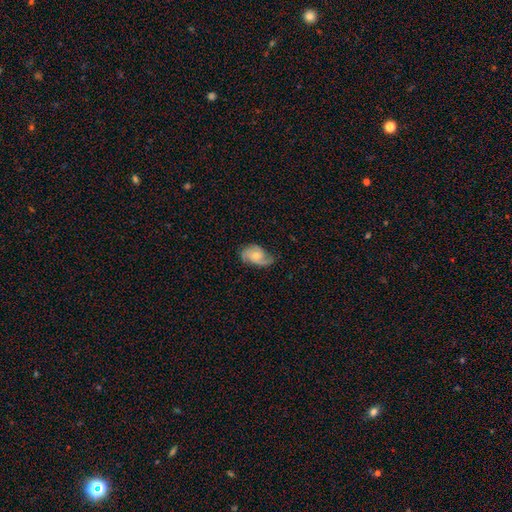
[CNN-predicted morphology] A featured or disk galaxy (70%) with no bar (73%), 2 (59%) medium (44%) spiral arms (93%) and a small central bulge (48%). Merging: none (62%).